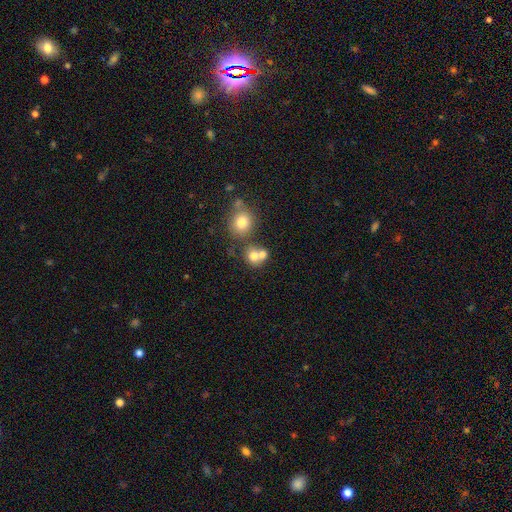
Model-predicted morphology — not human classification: Smooth or featured: smooth — 73% (featured or disk — 15%)
How rounded: round — 76% (in between — 23%)
Merging: merger — 48% (none — 38%)